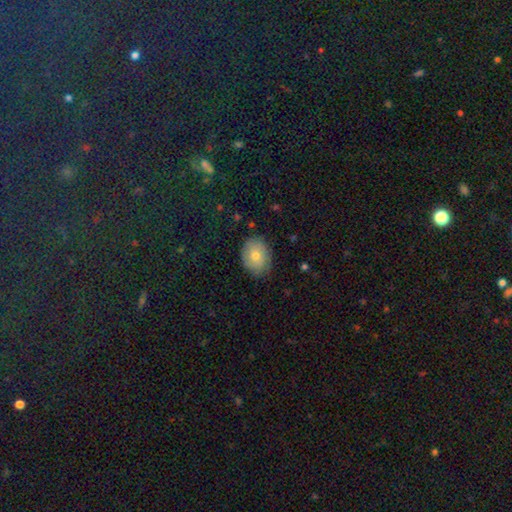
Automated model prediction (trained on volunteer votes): This appears to be a smooth galaxy with no disk features (72%) that is in between round and cigar-shaped (59%). Merging: none (80%).